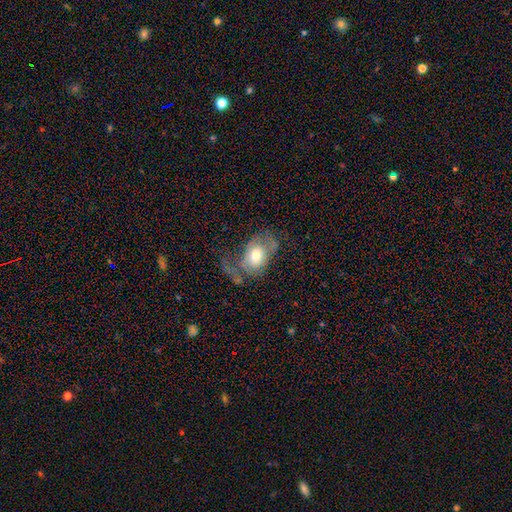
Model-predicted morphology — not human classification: Smooth or featured? Predicted: smooth (p=0.57). How rounded? Predicted: in between (p=0.78). Merging? Predicted: major disturbance (p=0.45).